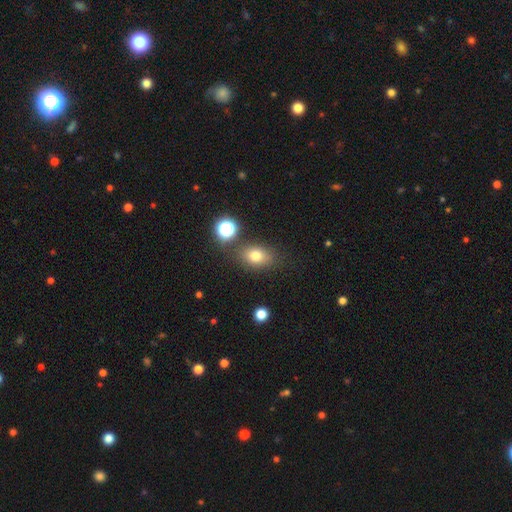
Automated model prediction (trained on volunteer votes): Smooth or featured: smooth — 76% (star or artifact — 14%)
How rounded: in between — 71% (round — 28%)
Merging: none — 77% (minor disturbance — 12%)